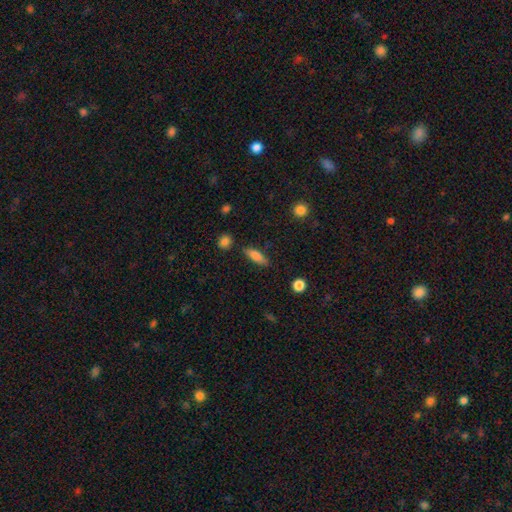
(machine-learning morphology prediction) A smooth galaxy with no disk features (81%) that is in between round and cigar-shaped (52%). Merging: none (81%).